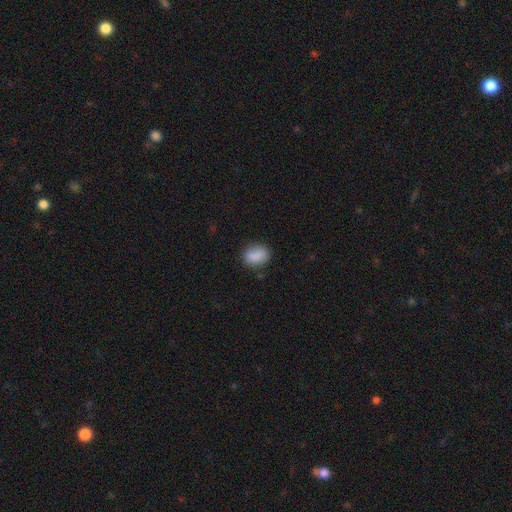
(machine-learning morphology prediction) This appears to be a smooth galaxy with no disk features (86%) that is in between round and cigar-shaped (66%). Merging: none (76%).